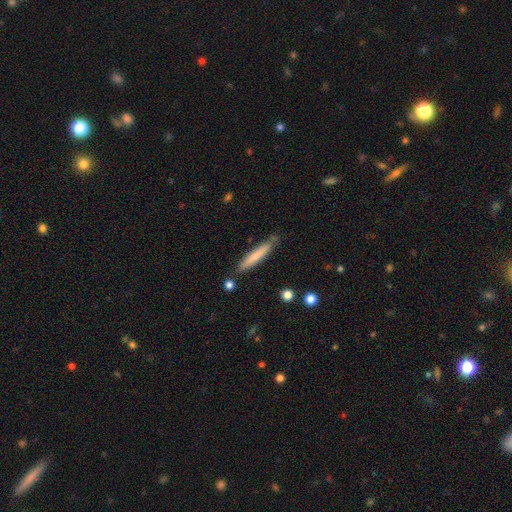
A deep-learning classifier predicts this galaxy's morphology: Smooth or featured?
  - smooth: 74% *
  - featured or disk: 21%
  - star or artifact: 6%
How rounded?
  - cigar-shaped: 94% *
  - in between: 5%
  - round: 1%
Merging?
  - none: 81% *
  - minor disturbance: 14%
  - merger: 3%
  - major disturbance: 2%